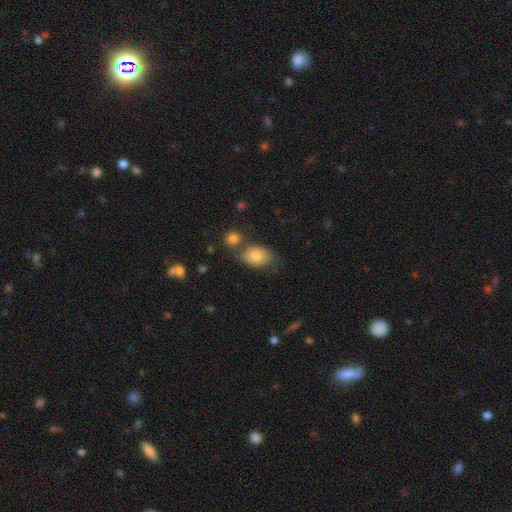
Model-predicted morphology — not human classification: Smooth or featured? smooth (77%)
How rounded? in between (81%)
Merging? none (57%)